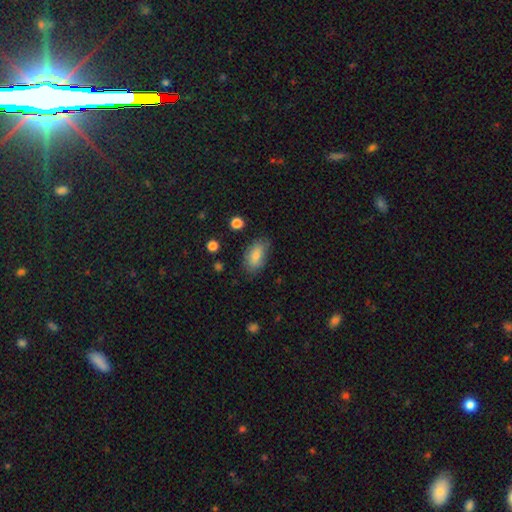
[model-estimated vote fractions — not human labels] Smooth or featured? Predicted: smooth (p=0.79). How rounded? Predicted: in between (p=0.91). Merging? Predicted: none (p=0.73).